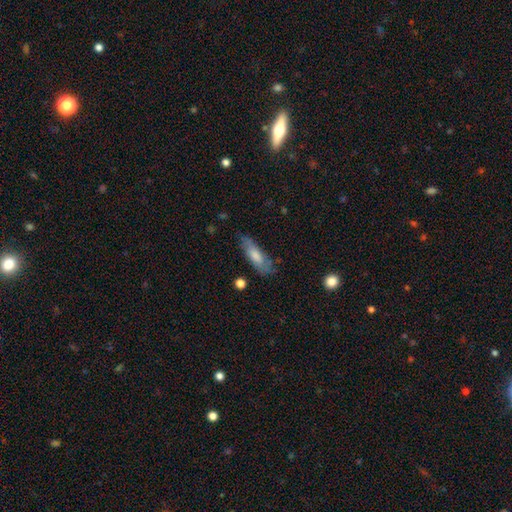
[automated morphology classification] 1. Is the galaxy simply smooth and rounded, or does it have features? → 71% smooth, 23% featured or disk, 6% star or artifact.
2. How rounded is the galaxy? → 53% in between, 45% cigar-shaped, 2% round.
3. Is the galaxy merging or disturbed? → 66% none, 24% minor disturbance, 7% major disturbance, 3% merger.